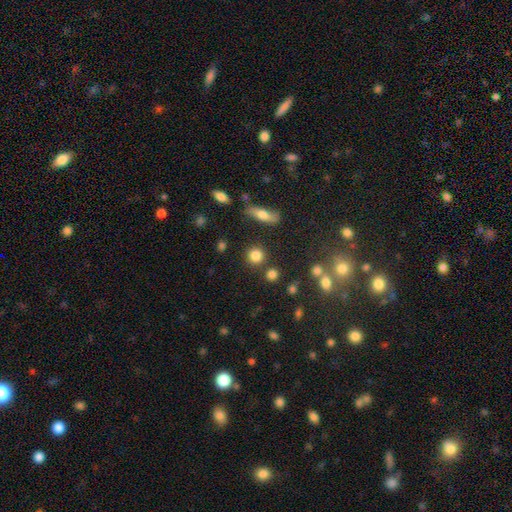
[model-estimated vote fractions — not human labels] A smooth galaxy with no disk features (81%) that is round (89%).

Vote fractions:
- Smooth or featured? smooth: 81% / star or artifact: 11% / featured or disk: 7%
- How rounded? round: 89% / in between: 9% / cigar-shaped: 2%
- Merging? none: 82% / minor disturbance: 8% / merger: 8% / major disturbance: 3%